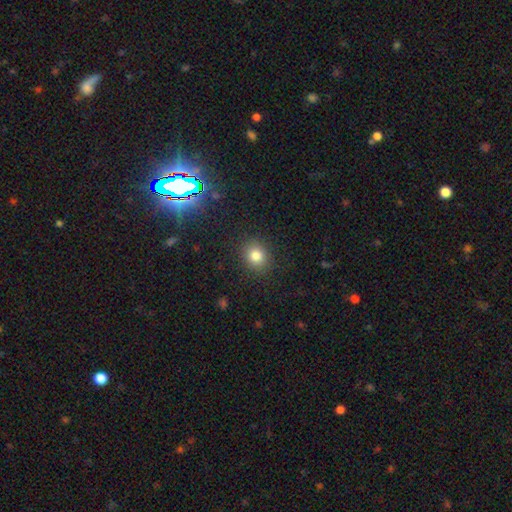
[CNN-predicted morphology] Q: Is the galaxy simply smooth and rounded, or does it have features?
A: smooth — 82%.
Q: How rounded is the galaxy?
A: round — 73%.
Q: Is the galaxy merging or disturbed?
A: none — 89%.